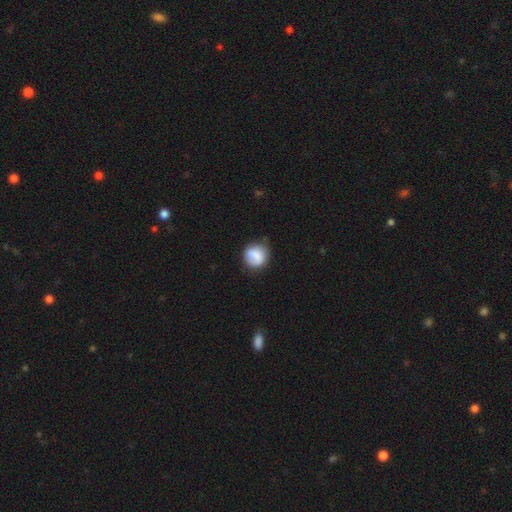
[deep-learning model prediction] Overall: smooth (78%). How rounded: round (87%). Merging: none (73%).